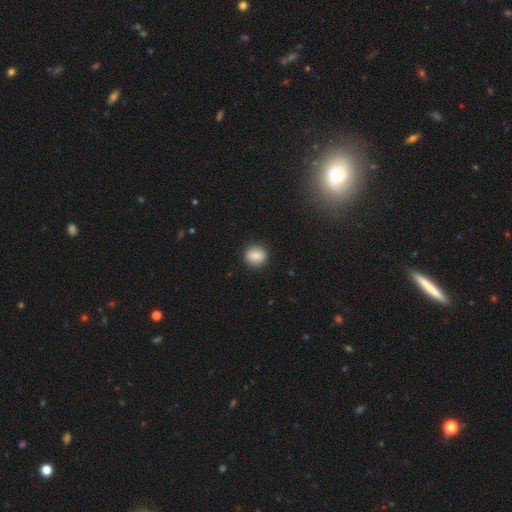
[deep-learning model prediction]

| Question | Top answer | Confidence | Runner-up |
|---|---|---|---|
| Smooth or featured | smooth | 85% | star or artifact (8%) |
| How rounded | round | 86% | in between (13%) |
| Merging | none | 91% | minor disturbance (6%) |